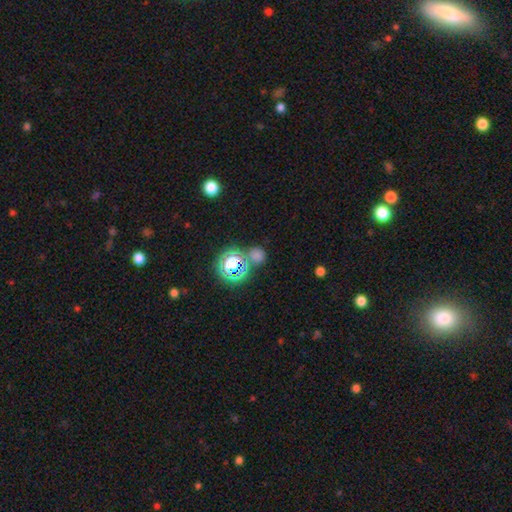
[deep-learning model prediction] A smooth galaxy with no disk features (51%) that is round (80%).

Vote fractions:
- Smooth or featured? smooth: 51% / star or artifact: 40% / featured or disk: 8%
- How rounded? round: 80% / in between: 19% / cigar-shaped: 1%
- Merging? none: 64% / merger: 21% / minor disturbance: 10% / major disturbance: 5%